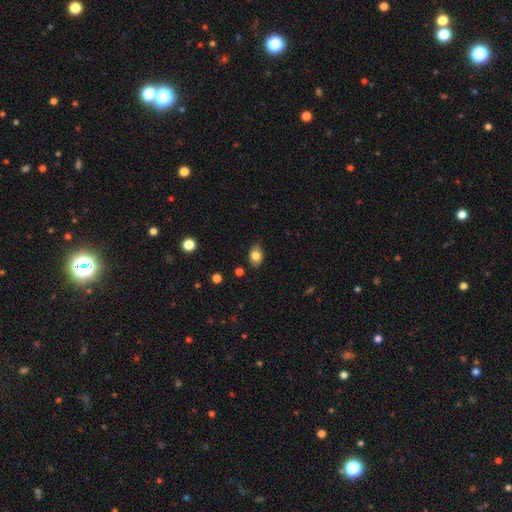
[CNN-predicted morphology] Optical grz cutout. It shows a smooth galaxy with no disk features (81%) that is in between round and cigar-shaped (78%). Merging: none (83%).